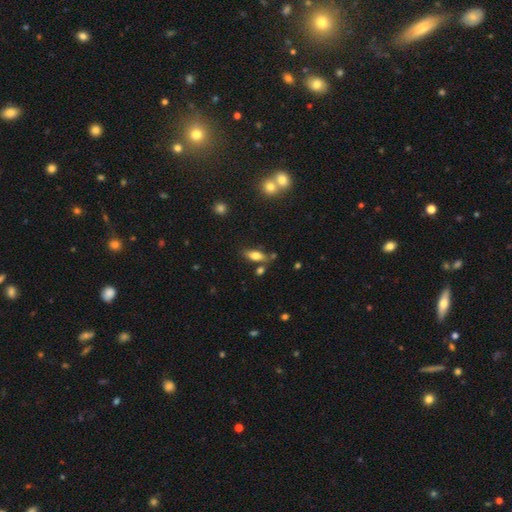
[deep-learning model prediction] A smooth galaxy with no disk features (75%) that is in between round and cigar-shaped (79%).

Vote fractions:
- Smooth or featured? smooth: 75% / featured or disk: 16% / star or artifact: 9%
- How rounded? in between: 79% / cigar-shaped: 18% / round: 3%
- Merging? none: 68% / minor disturbance: 16% / merger: 12% / major disturbance: 5%